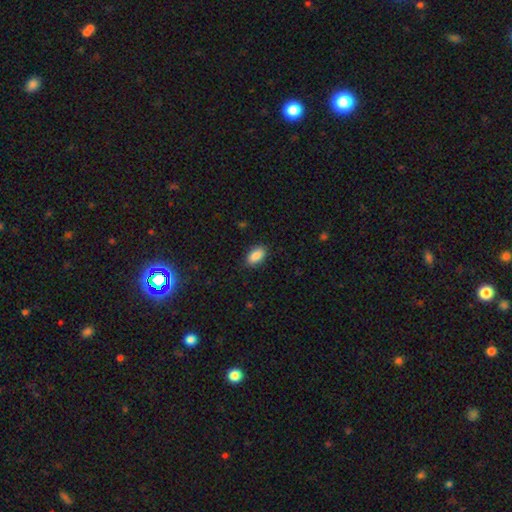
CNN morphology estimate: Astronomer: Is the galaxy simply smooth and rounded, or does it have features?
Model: smooth — 88%.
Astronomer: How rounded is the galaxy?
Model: in between — 92%.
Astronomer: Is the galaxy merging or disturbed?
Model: none — 87%.